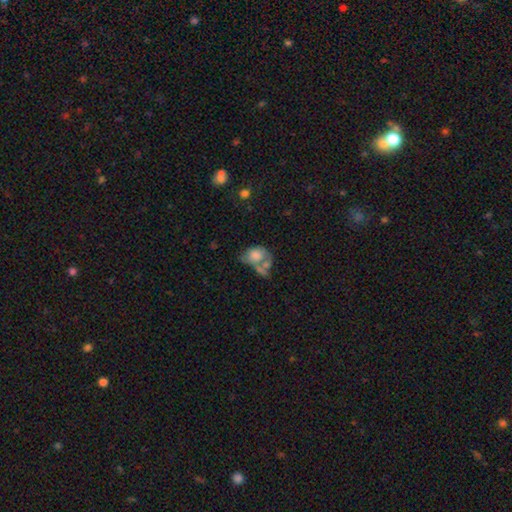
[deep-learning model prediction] Smooth or featured? Predicted: smooth (p=0.62). How rounded? Predicted: in between (p=0.73). Merging? Predicted: merger (p=0.49).